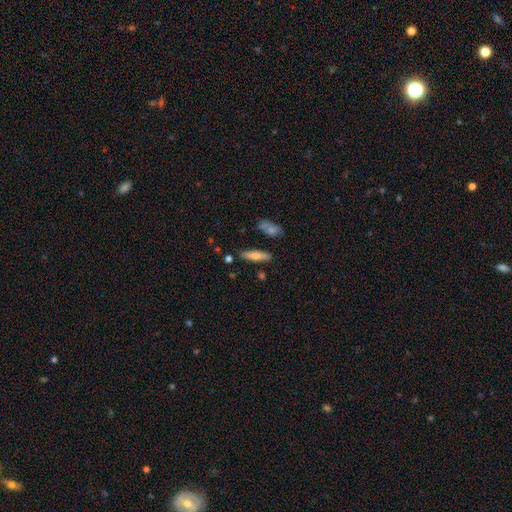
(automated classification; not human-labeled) Smooth or featured: smooth — 67% (featured or disk — 26%)
How rounded: cigar-shaped — 67% (in between — 31%)
Merging: none — 80% (minor disturbance — 12%)